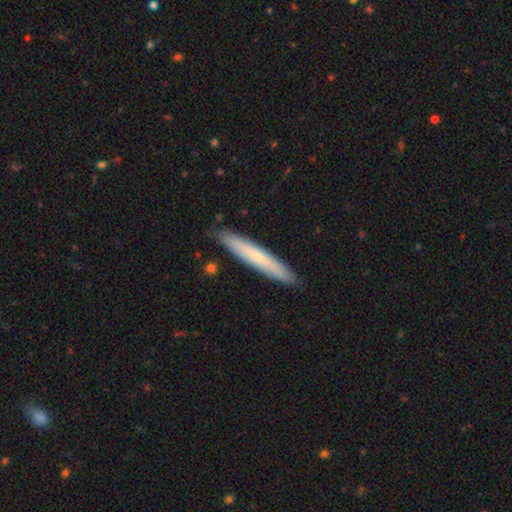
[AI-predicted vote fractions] The model was most divided on "smooth or featured": smooth: 65%, featured or disk: 30%, star or artifact: 5%. More confident: how rounded — cigar-shaped (94%); merging — none (89%).